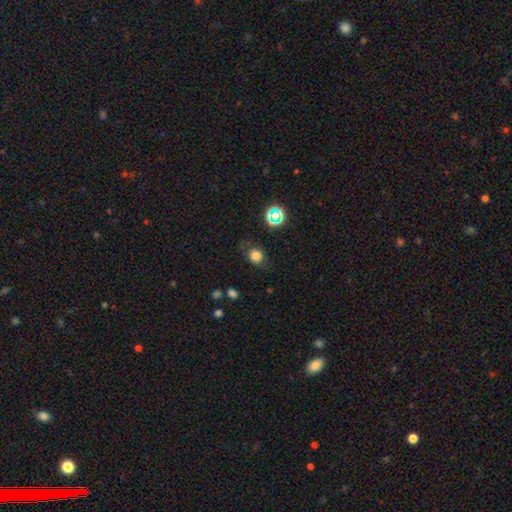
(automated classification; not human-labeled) This is likely a smooth galaxy (71%). How rounded: likely round (69%). Merging: likely none (62%).